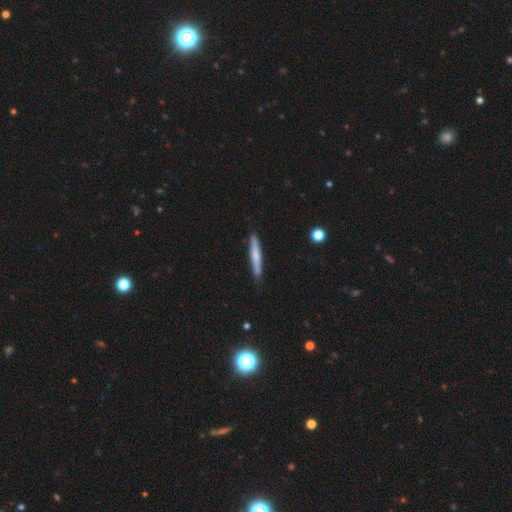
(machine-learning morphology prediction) type=smooth (62%); roundness=cigar-shaped (94%); merging=none (83%).